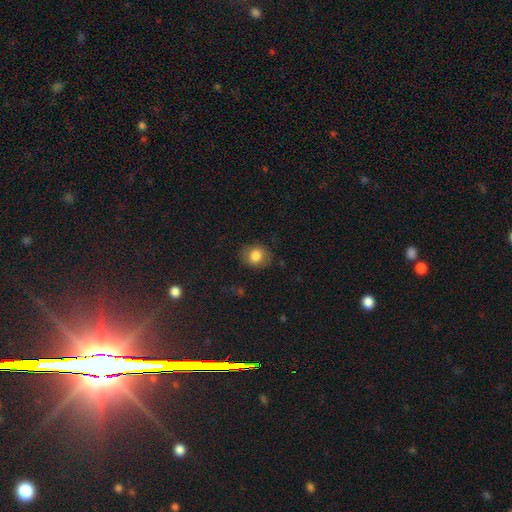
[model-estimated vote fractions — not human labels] Smooth or featured?
  - smooth: 81% *
  - featured or disk: 9%
  - star or artifact: 9%
How rounded?
  - round: 61% *
  - in between: 38%
  - cigar-shaped: 1%
Merging?
  - none: 82% *
  - minor disturbance: 13%
  - major disturbance: 4%
  - merger: 1%